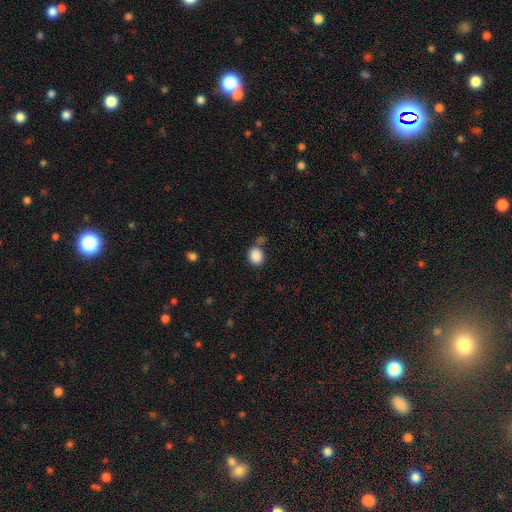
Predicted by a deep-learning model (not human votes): This is clearly a smooth galaxy (88%). How rounded: likely round (60%). Merging: likely none (64%).